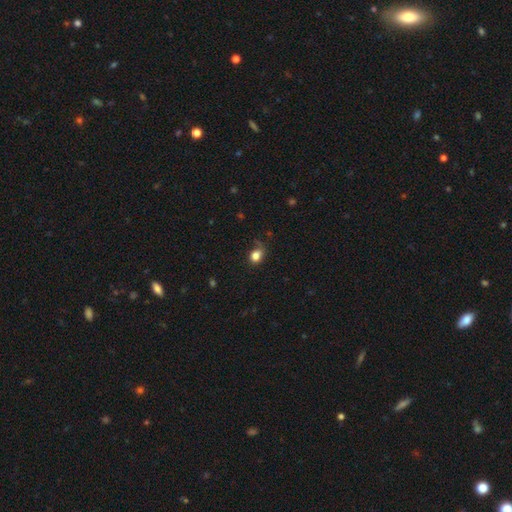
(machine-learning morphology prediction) A smooth galaxy with no disk features (82%) that is in between round and cigar-shaped (50%). Merging: none (61%).